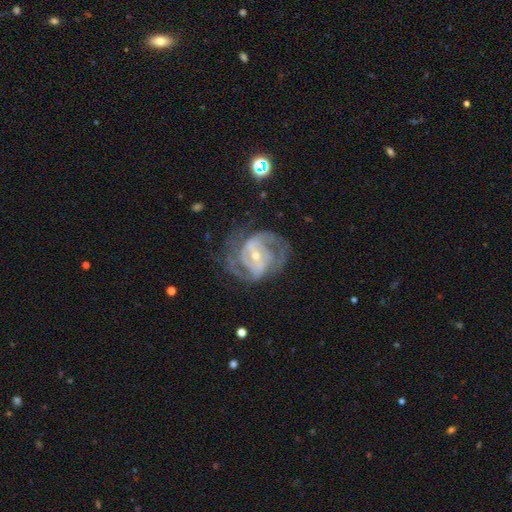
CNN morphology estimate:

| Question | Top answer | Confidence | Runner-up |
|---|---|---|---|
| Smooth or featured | featured or disk | 87% | smooth (7%) |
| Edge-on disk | no | 97% | yes (3%) |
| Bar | weak | 41% | no (34%) |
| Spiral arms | yes | 94% | no (6%) |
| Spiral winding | medium | 46% | tight (41%) |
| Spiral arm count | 2 | 47% | can't tell (20%) |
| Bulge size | small | 62% | moderate (34%) |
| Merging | none | 60% | minor disturbance (19%) |